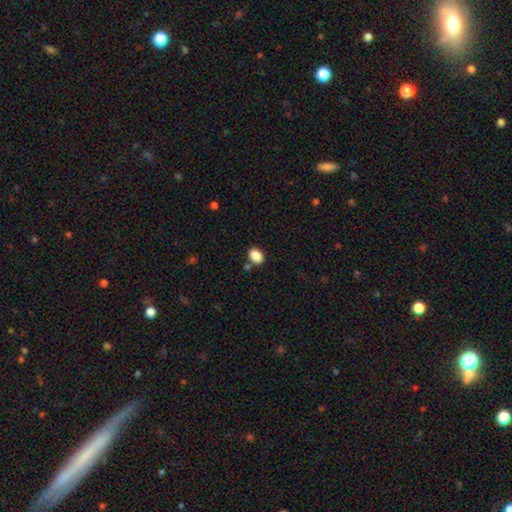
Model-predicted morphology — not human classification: This is clearly a smooth galaxy (88%). How rounded: likely in between (70%). Merging: likely none (78%).